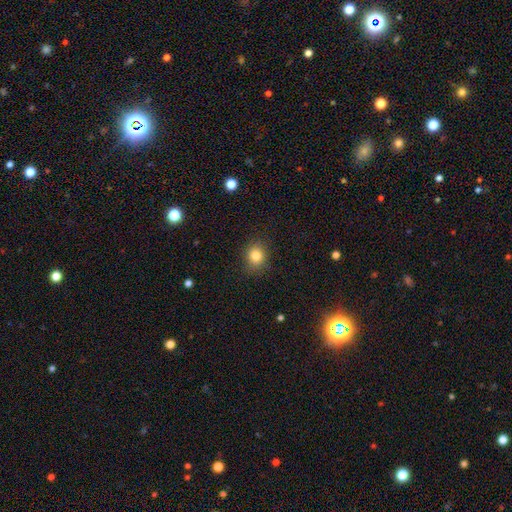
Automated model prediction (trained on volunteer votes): Smooth or featured: smooth — 82% (star or artifact — 11%)
How rounded: round — 74% (in between — 25%)
Merging: none — 86% (minor disturbance — 10%)